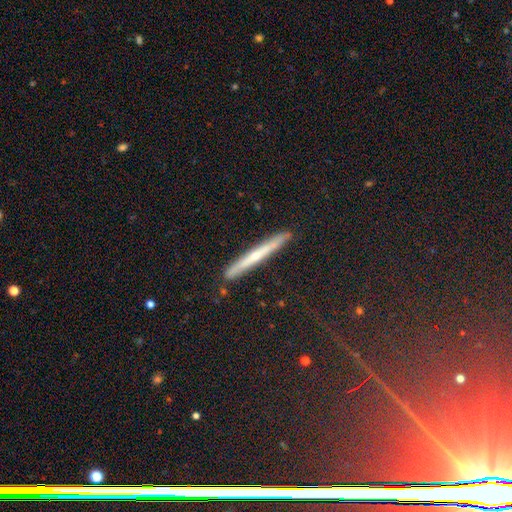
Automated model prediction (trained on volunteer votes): Smooth or featured: featured or disk — 56% (smooth — 34%)
Edge-on disk: yes — 94% (no — 6%)
Edge-on bulge: rounded — 54% (none — 41%)
Merging: none — 91% (minor disturbance — 7%)